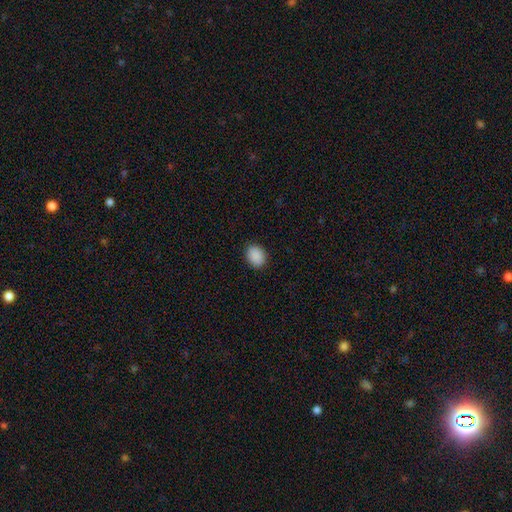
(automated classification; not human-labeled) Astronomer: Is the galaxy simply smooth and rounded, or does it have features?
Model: smooth — 90%.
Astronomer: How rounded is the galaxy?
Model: in between — 55% (runner-up: round, 44%).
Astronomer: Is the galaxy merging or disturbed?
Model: none — 89%.